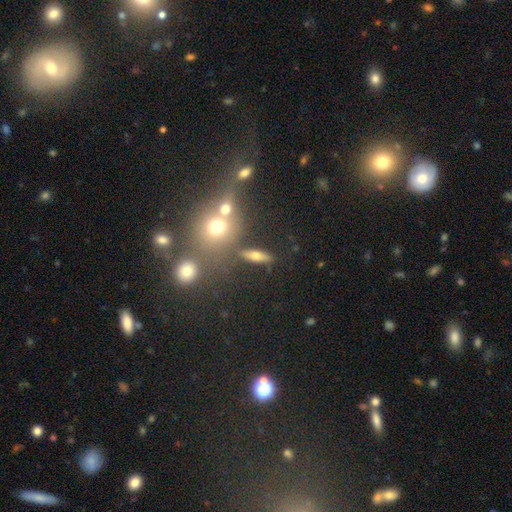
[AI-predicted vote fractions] Smooth or featured: smooth — 51% (featured or disk — 33%)
How rounded: in between — 40% (cigar-shaped — 39%)
Merging: none — 75% (merger — 11%)